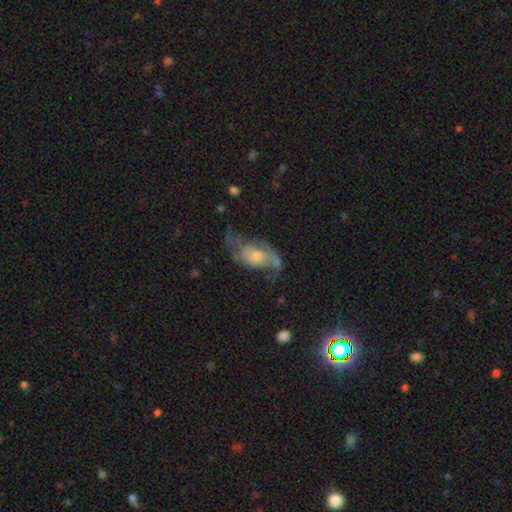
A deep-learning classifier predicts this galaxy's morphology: Q: Smooth or featured?
A: featured or disk (71%); runner-up: smooth (21%)
Q: Edge-on disk?
A: no (95%); runner-up: yes (5%)
Q: Bar?
A: no (74%); runner-up: weak (22%)
Q: Spiral arms?
A: yes (81%); runner-up: no (19%)
Q: Spiral winding?
A: loose (41%); runner-up: medium (40%)
Q: Spiral arm count?
A: 2 (64%); runner-up: can't tell (18%)
Q: Bulge size?
A: moderate (44%); runner-up: small (43%)
Q: Merging?
A: none (43%); runner-up: major disturbance (29%)